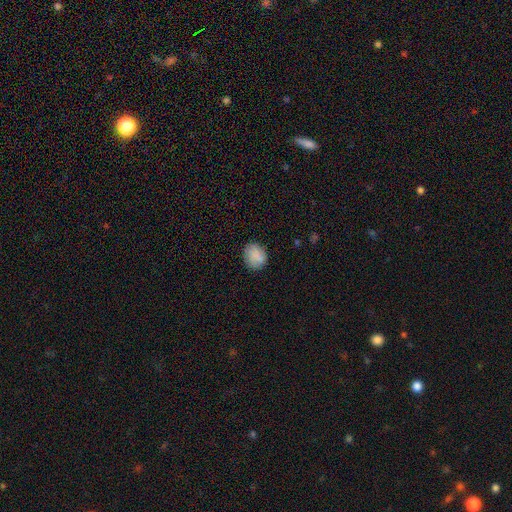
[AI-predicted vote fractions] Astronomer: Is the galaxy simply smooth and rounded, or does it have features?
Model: smooth — 84%.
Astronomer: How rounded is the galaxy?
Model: round — 61% (runner-up: in between, 38%).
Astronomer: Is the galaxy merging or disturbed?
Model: none — 80%.